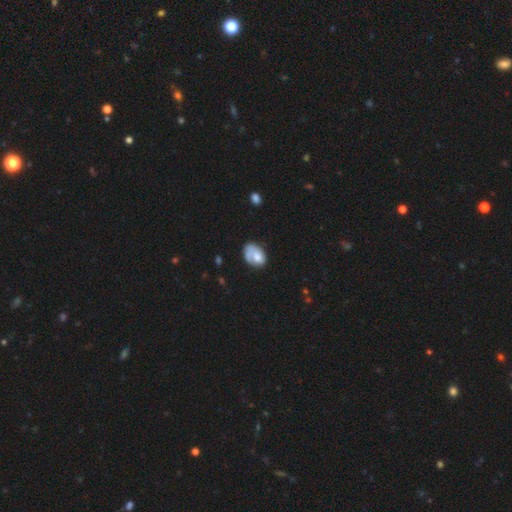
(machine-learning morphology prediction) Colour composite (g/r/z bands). It shows a smooth galaxy with no disk features (59%) that is in between round and cigar-shaped (81%). Merging: none (45%).